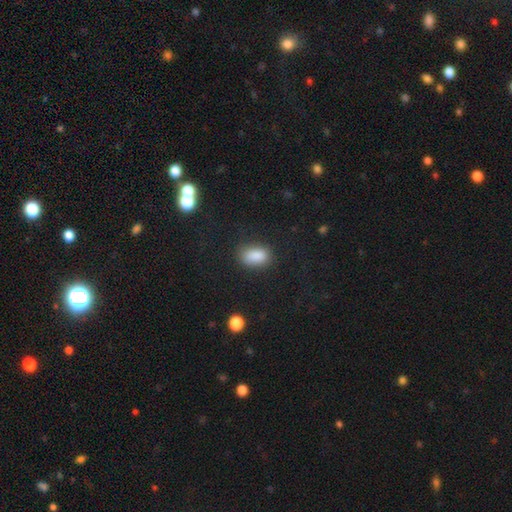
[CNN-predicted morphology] This appears to be a smooth galaxy with no disk features (87%) that is in between round and cigar-shaped (88%). Merging: none (76%).